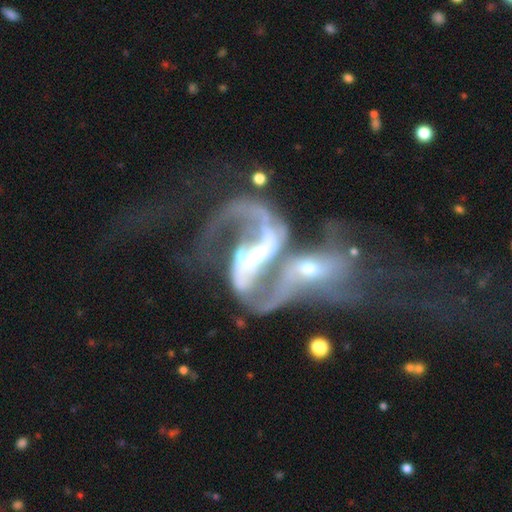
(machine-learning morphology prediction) This is clearly a featured or disk galaxy (87%). It is clearly not viewed edge-on (96%). Bar: possibly strong (50%). Spiral arm pattern: clearly yes (89%). Spiral arm count: likely 2 (76%). Spiral winding: possibly loose (57%). Central bulge: possibly moderate (48%). Merging: likely merger (74%).